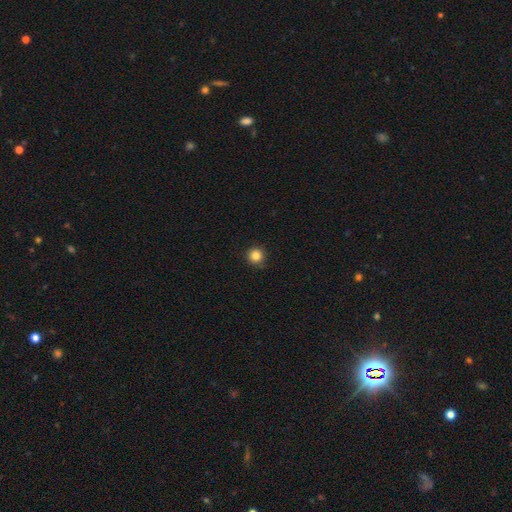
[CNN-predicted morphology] type=smooth (85%); roundness=round (95%); merging=none (89%).